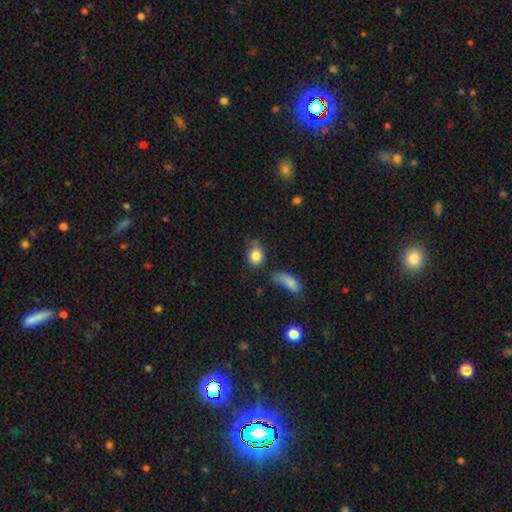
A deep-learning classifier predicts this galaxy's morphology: The model was most divided on "how rounded": round: 63%, in between: 35%, cigar-shaped: 2%. More confident: smooth or featured — smooth (84%); merging — none (61%).